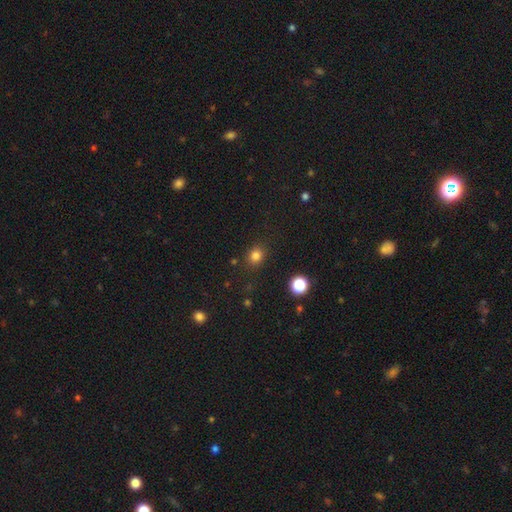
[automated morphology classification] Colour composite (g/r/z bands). It shows a smooth galaxy with no disk features (81%) that is round (70%). Merging: none (85%).